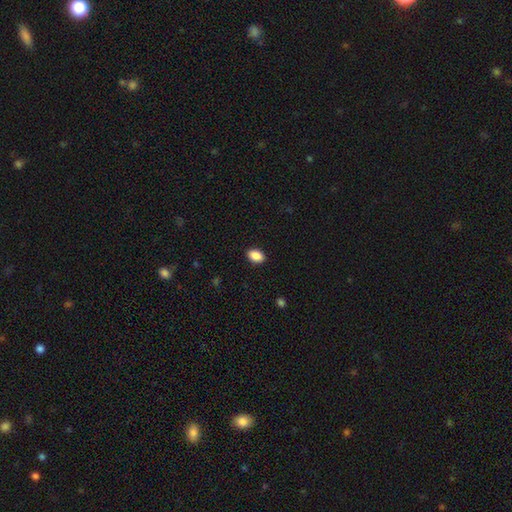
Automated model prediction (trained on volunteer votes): smooth_or_featured: smooth (p=0.88) [alt: star or artifact p=0.08]
how_rounded: in between (p=0.85) [alt: round p=0.14]
merging: none (p=0.90) [alt: minor disturbance p=0.07]